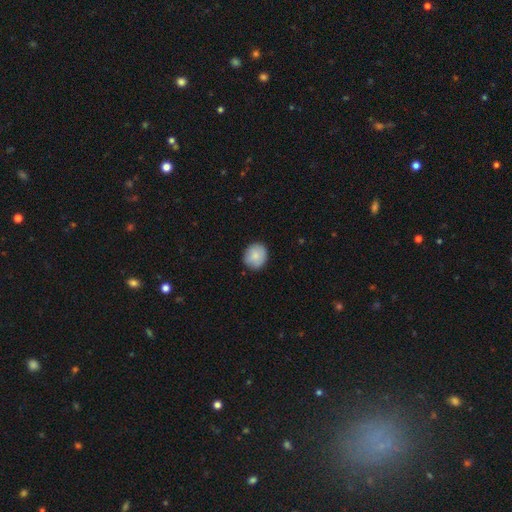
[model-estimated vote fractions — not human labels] Smooth or featured? smooth (86%)
How rounded? round (81%)
Merging? none (88%)